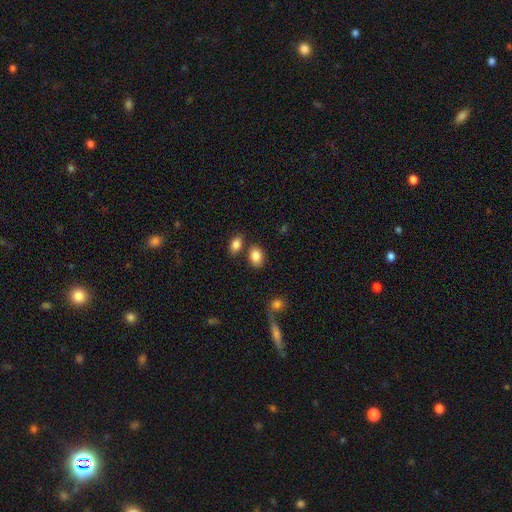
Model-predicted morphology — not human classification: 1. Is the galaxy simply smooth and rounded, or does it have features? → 86% smooth, 8% star or artifact, 6% featured or disk.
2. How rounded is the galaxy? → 77% in between, 22% round, 1% cigar-shaped.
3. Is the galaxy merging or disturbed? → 73% none, 13% merger, 11% minor disturbance, 4% major disturbance.